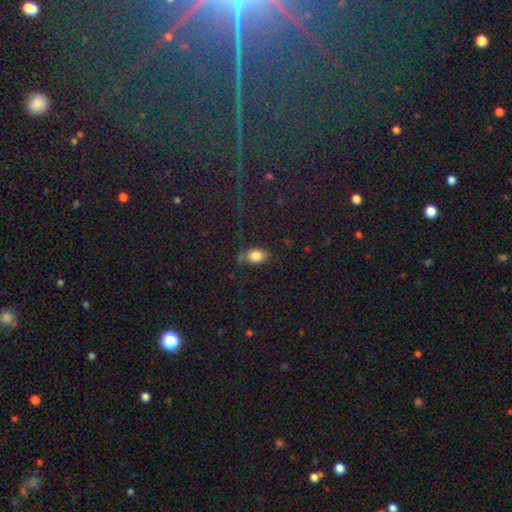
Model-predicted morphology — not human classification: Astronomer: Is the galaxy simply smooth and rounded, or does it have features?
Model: smooth — 83%.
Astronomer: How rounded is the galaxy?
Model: in between — 75%.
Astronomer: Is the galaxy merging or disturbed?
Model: none — 67%.